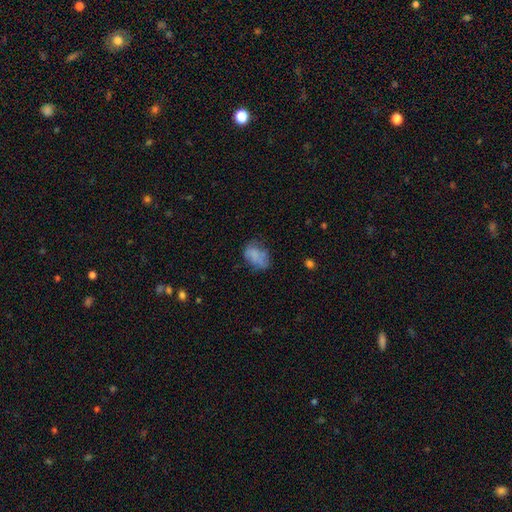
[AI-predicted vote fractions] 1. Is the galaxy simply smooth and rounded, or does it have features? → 68% smooth, 21% featured or disk, 11% star or artifact.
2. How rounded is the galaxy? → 82% in between, 16% round, 1% cigar-shaped.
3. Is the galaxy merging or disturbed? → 49% none, 30% minor disturbance, 17% major disturbance, 3% merger.